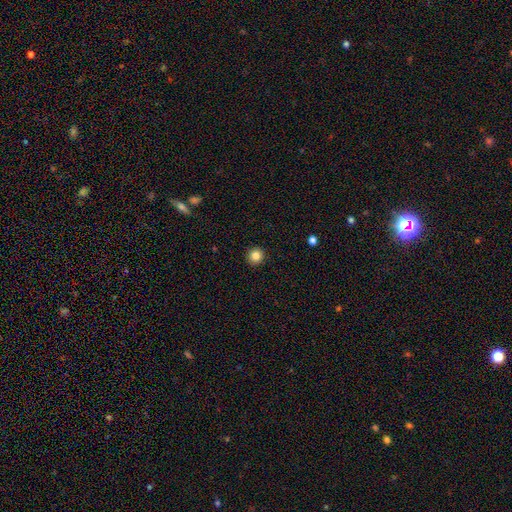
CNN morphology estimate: Overall: smooth (84%). How rounded: round (94%). Merging: none (93%).